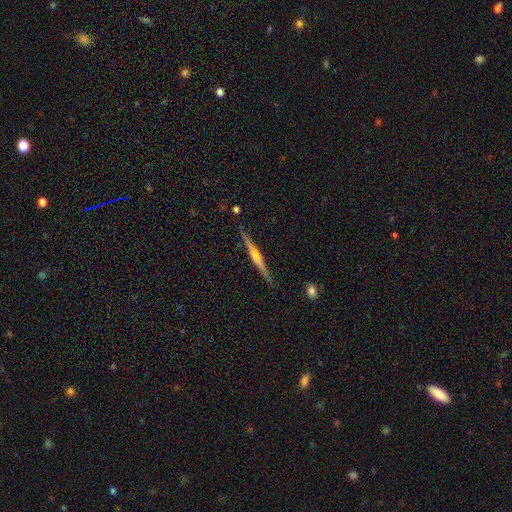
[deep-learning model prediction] Q: Smooth or featured?
A: featured or disk (59%); runner-up: smooth (34%)
Q: Edge-on disk?
A: yes (96%); runner-up: no (4%)
Q: Edge-on bulge?
A: none (58%); runner-up: rounded (30%)
Q: Merging?
A: none (86%); runner-up: minor disturbance (10%)